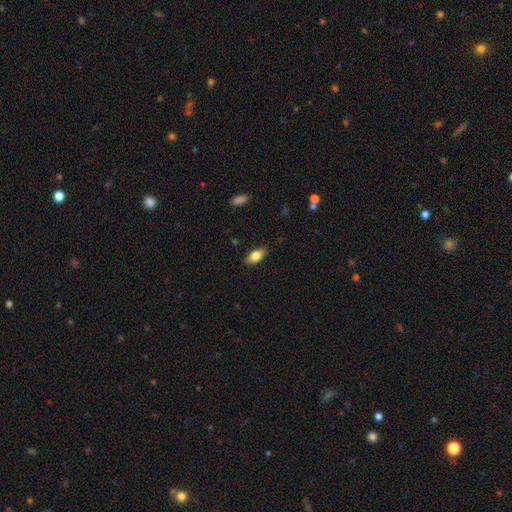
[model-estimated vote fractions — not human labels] Q: Smooth or featured?
A: smooth (80%); runner-up: featured or disk (13%)
Q: How rounded?
A: in between (89%); runner-up: cigar-shaped (7%)
Q: Merging?
A: none (86%); runner-up: minor disturbance (11%)